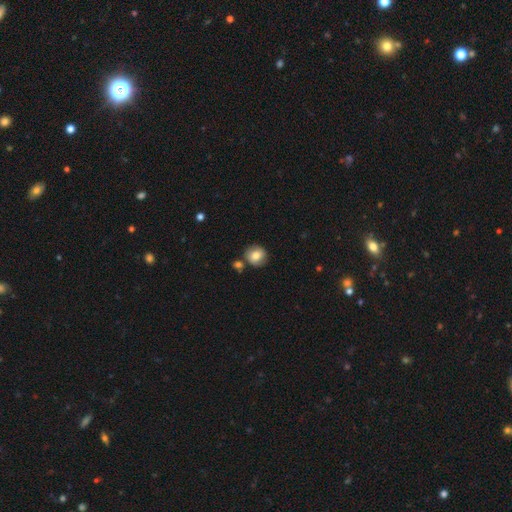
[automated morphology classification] This is likely a smooth galaxy (76%). How rounded: clearly round (89%). Merging: likely none (75%).